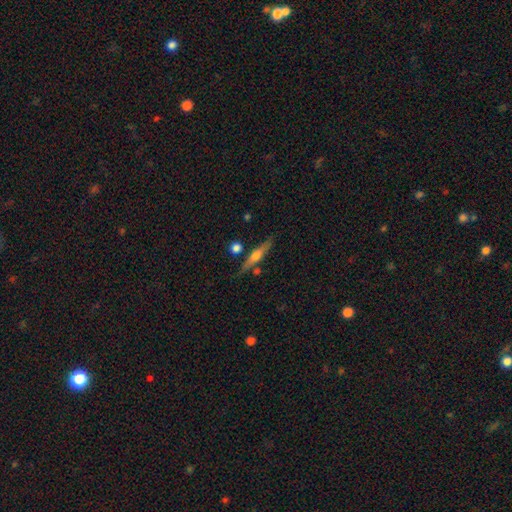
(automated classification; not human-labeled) A featured or disk galaxy (60%) viewed edge-on (94%) with a rounded central bulge (87%). Merging: none (77%).